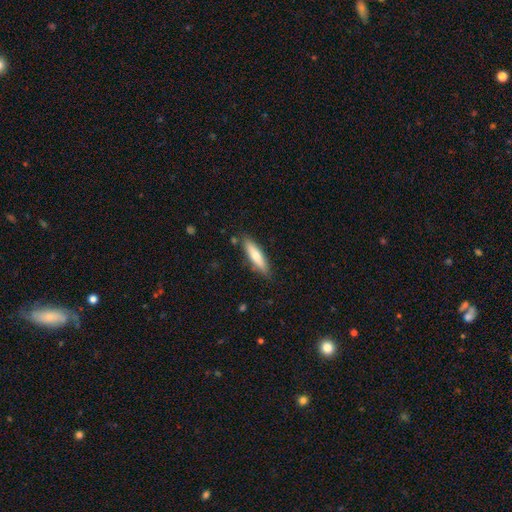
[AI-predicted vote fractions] Smooth or featured? Predicted: smooth (p=0.66). How rounded? Predicted: cigar-shaped (p=0.72). Merging? Predicted: none (p=0.84).